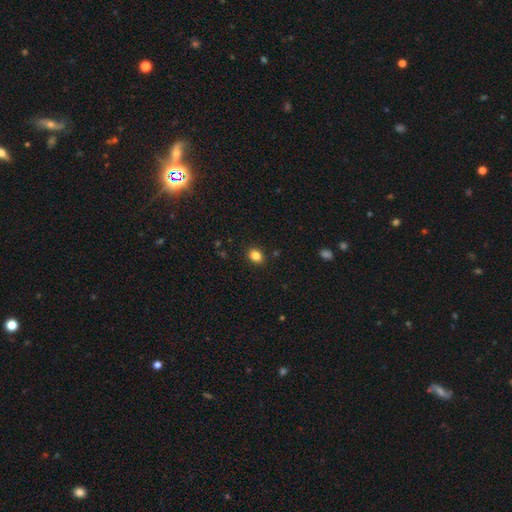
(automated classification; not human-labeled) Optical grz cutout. It shows a smooth galaxy with no disk features (84%) that is round (50%). Merging: none (90%).